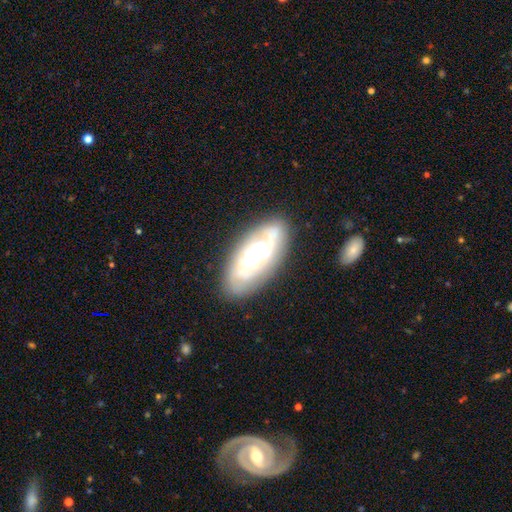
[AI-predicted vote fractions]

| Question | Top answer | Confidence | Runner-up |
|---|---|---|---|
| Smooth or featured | featured or disk | 67% | smooth (25%) |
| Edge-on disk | no | 88% | yes (12%) |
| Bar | no | 45% | weak (32%) |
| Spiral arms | yes | 80% | no (20%) |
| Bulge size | large | 40% | moderate (33%) |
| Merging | none | 70% | minor disturbance (18%) |